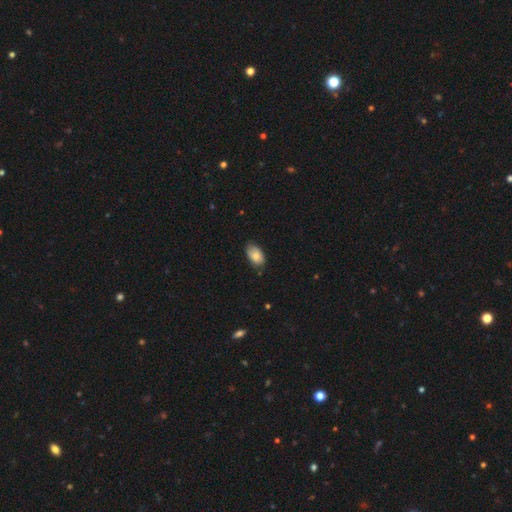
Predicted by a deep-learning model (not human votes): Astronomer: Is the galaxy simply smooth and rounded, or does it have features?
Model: smooth — 77%.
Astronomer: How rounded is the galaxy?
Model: in between — 93%.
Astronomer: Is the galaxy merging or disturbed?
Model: none — 69%.